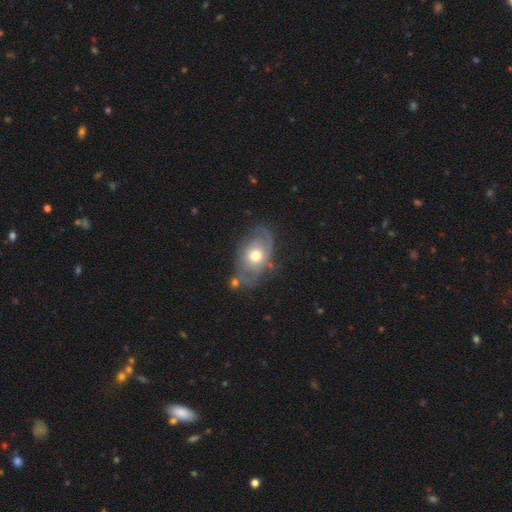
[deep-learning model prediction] This is possibly a featured or disk galaxy (59%). It is clearly not viewed edge-on (93%). Bar: clearly no (84%). Spiral arm pattern: likely yes (64%). Central bulge: likely moderate (72%). Merging: possibly none (53%).